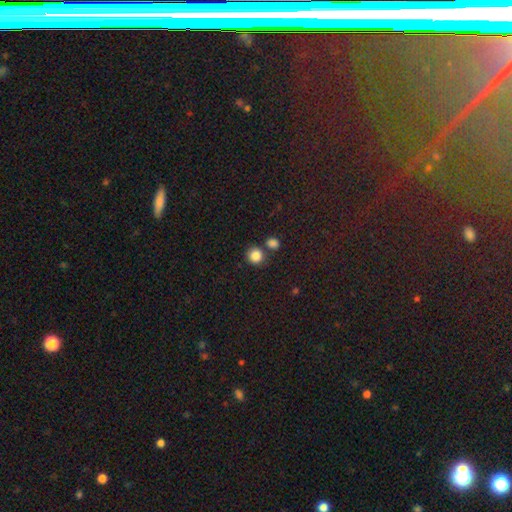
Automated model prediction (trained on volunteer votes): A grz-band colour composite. It shows a smooth galaxy with no disk features (86%) that is round (87%). Merging: none (71%).